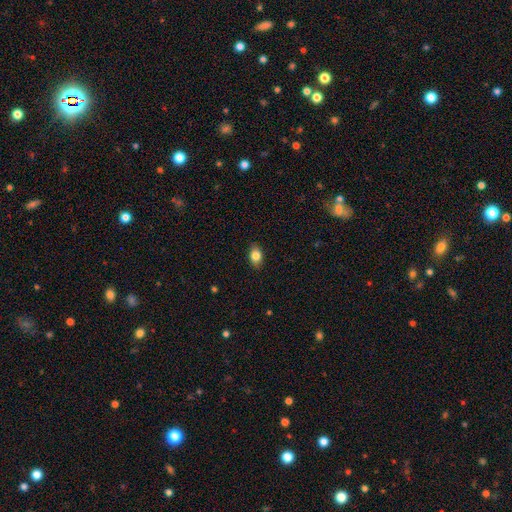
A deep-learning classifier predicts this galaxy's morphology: smooth 82%, featured or disk 9%, star or artifact 8%. Down the decision tree: how rounded — in between (79%); merging — none (87%).